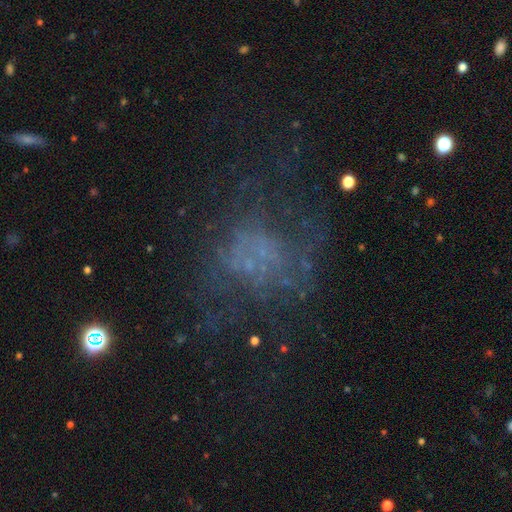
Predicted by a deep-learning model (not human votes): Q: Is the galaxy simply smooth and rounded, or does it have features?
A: featured or disk — 44%.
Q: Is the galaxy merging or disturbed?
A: none — 47%.